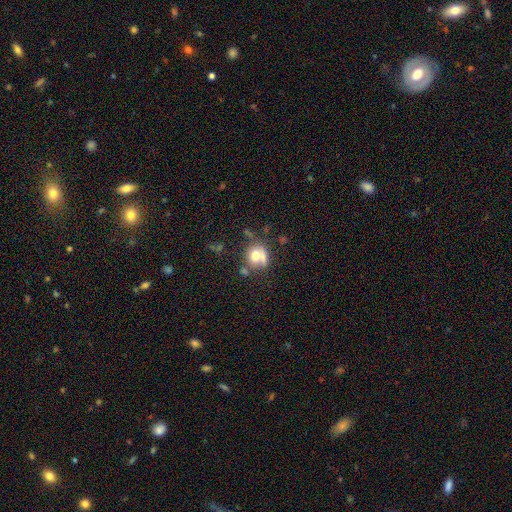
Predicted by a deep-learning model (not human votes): smooth 69%, featured or disk 21%, star or artifact 11%. Down the decision tree: how rounded — round (72%); merging — none (43%).